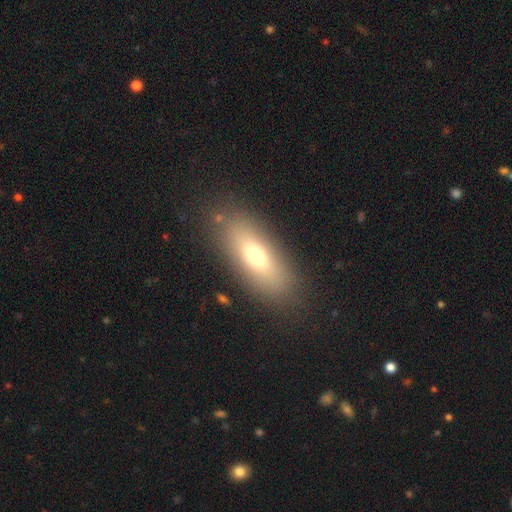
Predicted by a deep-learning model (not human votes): smooth 68%, featured or disk 22%, star or artifact 10%. Down the decision tree: how rounded — in between (71%); merging — none (84%).